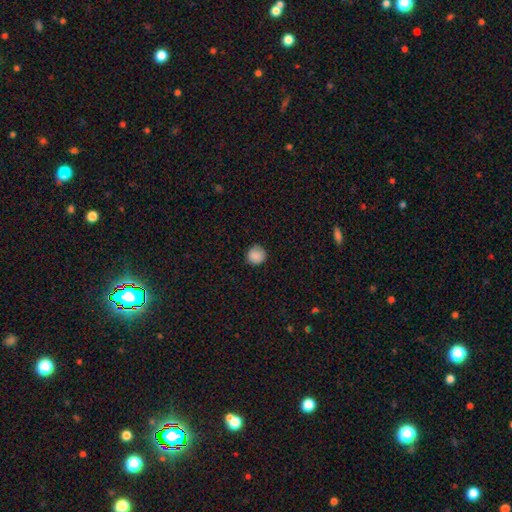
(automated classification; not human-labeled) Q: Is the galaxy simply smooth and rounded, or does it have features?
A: smooth — 88%.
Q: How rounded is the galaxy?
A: round — 94%.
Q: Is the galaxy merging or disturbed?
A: none — 88%.